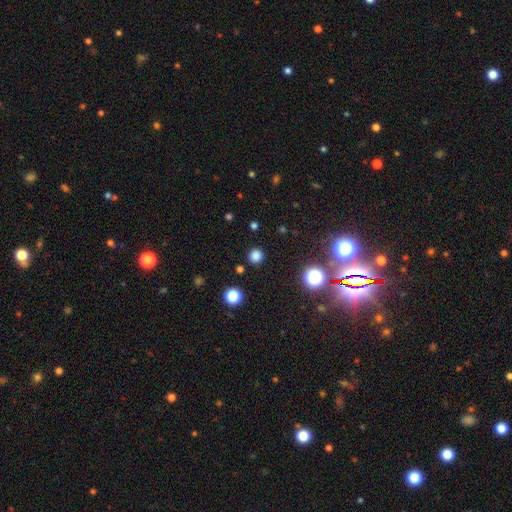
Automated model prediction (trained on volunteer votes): smooth 78%, star or artifact 18%, featured or disk 3%. Down the decision tree: how rounded — round (94%); merging — none (90%).